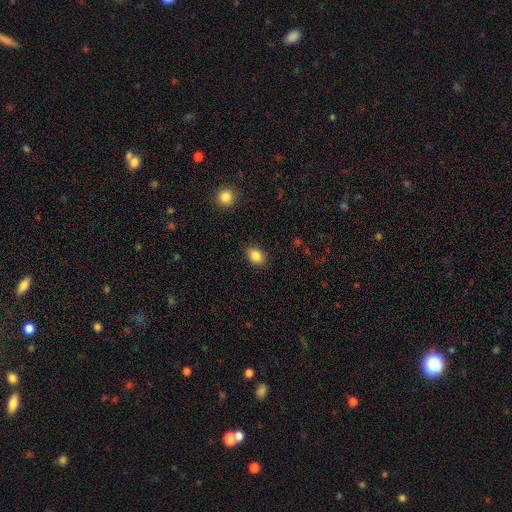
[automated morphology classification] type=smooth (86%); roundness=in between (67%); merging=none (87%).